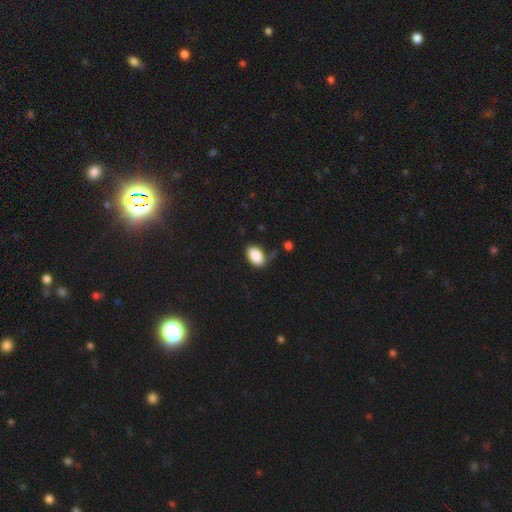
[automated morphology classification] Smooth or featured: smooth — 88% (star or artifact — 7%)
How rounded: in between — 92% (round — 6%)
Merging: none — 67% (minor disturbance — 21%)